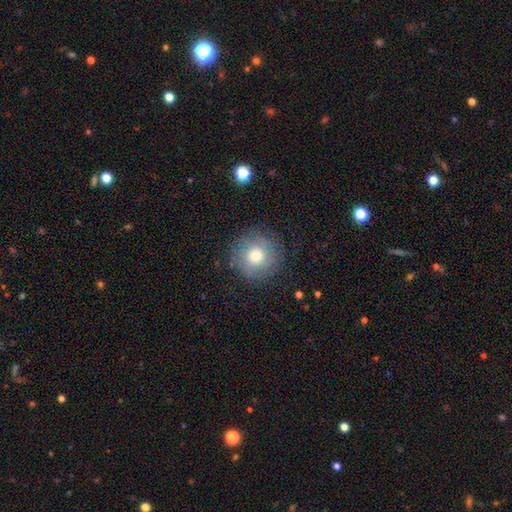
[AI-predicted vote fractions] A smooth galaxy with no disk features (65%) that is round (95%).

Vote fractions:
- Smooth or featured? smooth: 65% / featured or disk: 24% / star or artifact: 12%
- How rounded? round: 95% / in between: 4% / cigar-shaped: 1%
- Merging? none: 81% / minor disturbance: 12% / major disturbance: 5% / merger: 1%